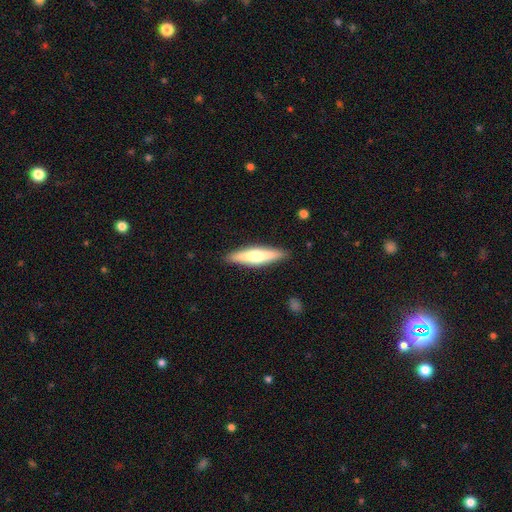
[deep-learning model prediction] A smooth galaxy with no disk features (49%). Merging: none (89%).